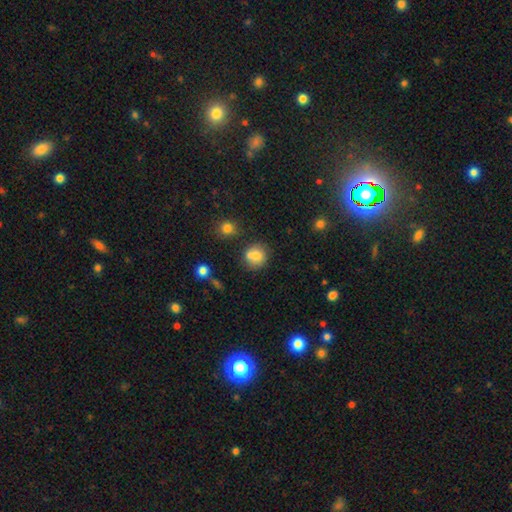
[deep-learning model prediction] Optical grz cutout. It shows a smooth galaxy with no disk features (78%) that is round (83%). Merging: none (64%).